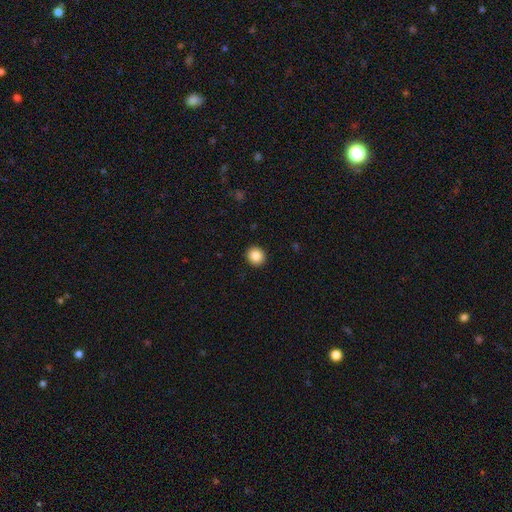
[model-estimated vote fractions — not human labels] Morphology: type=smooth (86%); roundness=round (92%); merging=none (93%).